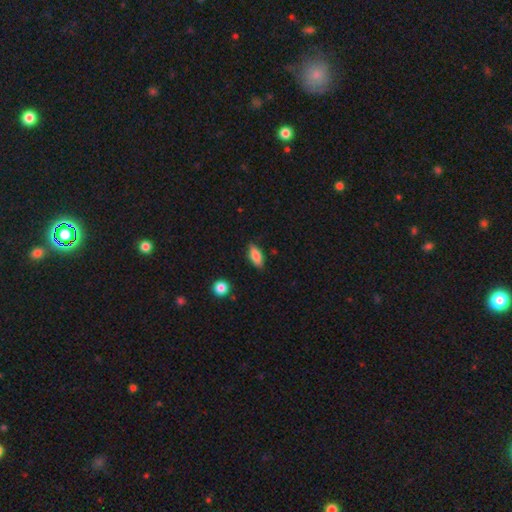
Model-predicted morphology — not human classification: smooth-or-featured: smooth: 80% | featured or disk: 13% | star or artifact: 7%
  how-rounded: in between: 81% | cigar-shaped: 17% | round: 3%
  merging: none: 82% | minor disturbance: 14% | major disturbance: 3% | merger: 2%